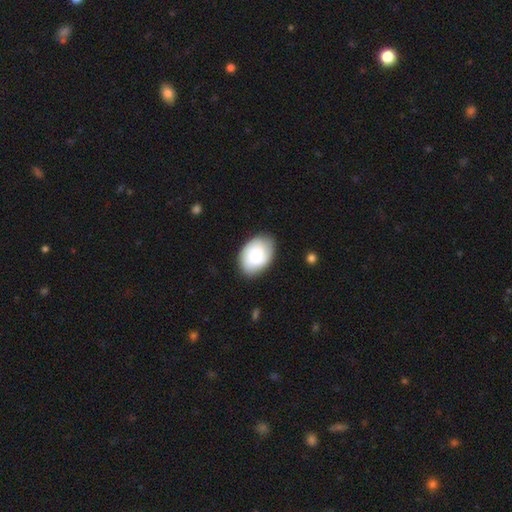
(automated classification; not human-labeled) This appears to be a smooth galaxy with no disk features (64%) that is in between round and cigar-shaped (81%). Merging: none (79%).